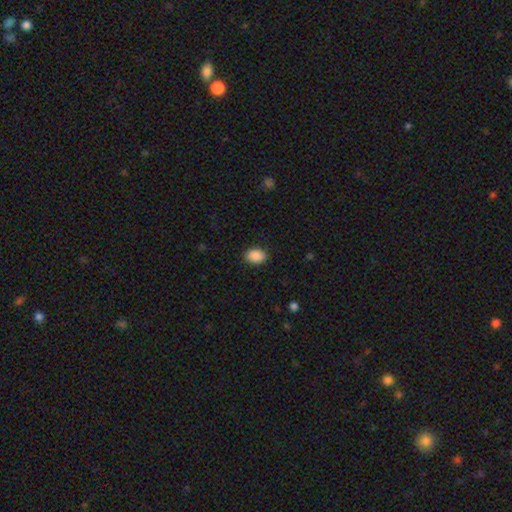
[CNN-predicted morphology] Smooth or featured? smooth (90%)
How rounded? in between (75%)
Merging? none (88%)